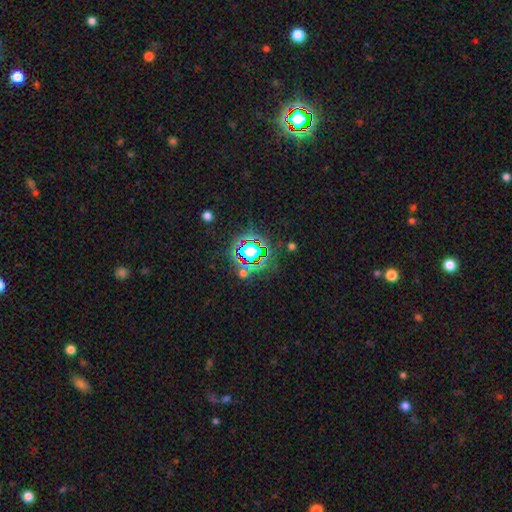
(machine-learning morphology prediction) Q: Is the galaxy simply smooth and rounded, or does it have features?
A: star or artifact — 79%.